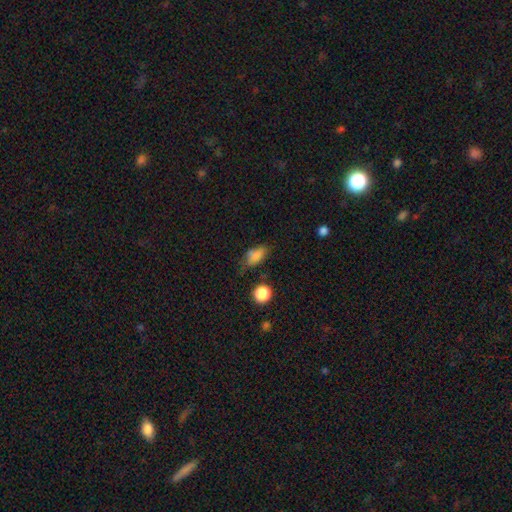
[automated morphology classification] Smooth or featured: smooth — 78% (star or artifact — 12%)
How rounded: in between — 80% (round — 12%)
Merging: none — 54% (minor disturbance — 31%)